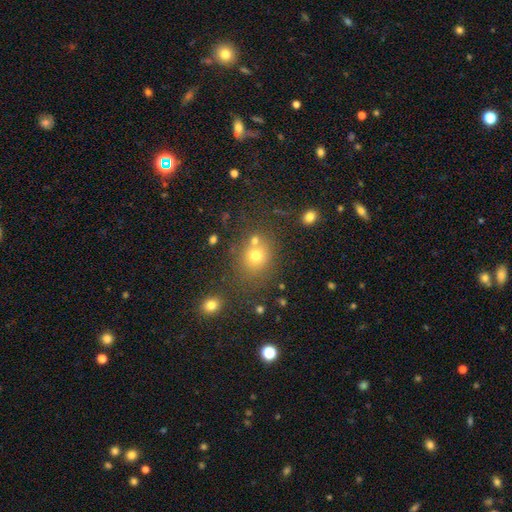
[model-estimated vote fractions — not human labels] Smooth or featured: smooth — 69% (star or artifact — 19%)
How rounded: round — 71% (in between — 28%)
Merging: none — 64% (merger — 19%)